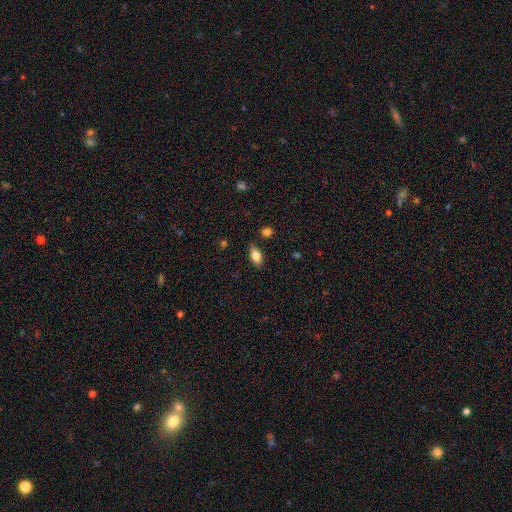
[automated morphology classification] Overall: smooth (82%). How rounded: in between (90%). Merging: none (83%).